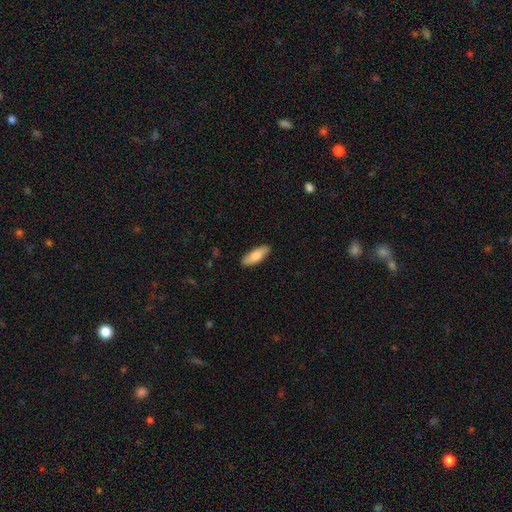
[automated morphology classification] smooth_or_featured: smooth (p=0.77) [alt: featured or disk p=0.18]
how_rounded: in between (p=0.62) [alt: cigar-shaped p=0.36]
merging: none (p=0.88) [alt: minor disturbance p=0.09]